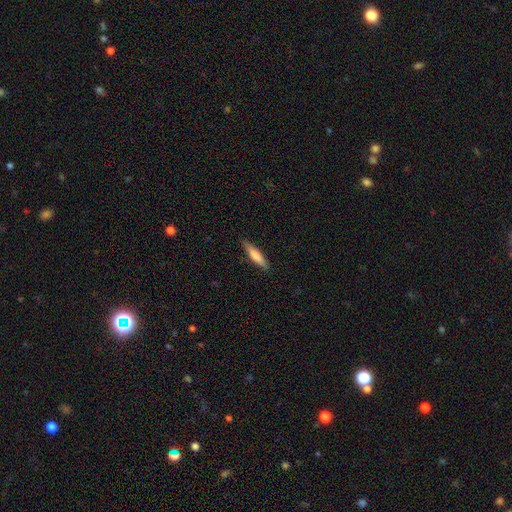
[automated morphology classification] Smooth or featured: smooth — 73% (featured or disk — 21%)
How rounded: cigar-shaped — 82% (in between — 17%)
Merging: none — 86% (minor disturbance — 11%)